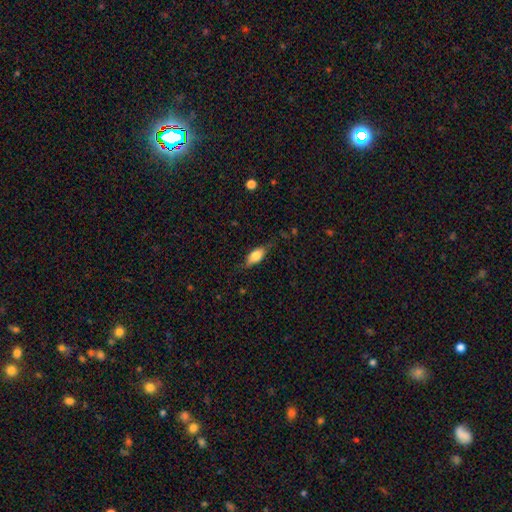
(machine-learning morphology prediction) Overall: smooth (68%). How rounded: in between (79%). Merging: none (72%).